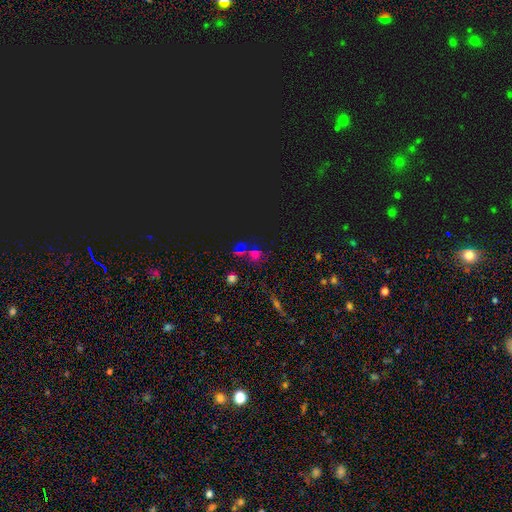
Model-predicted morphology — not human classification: smooth-or-featured: star or artifact: 53% | smooth: 34% | featured or disk: 13%